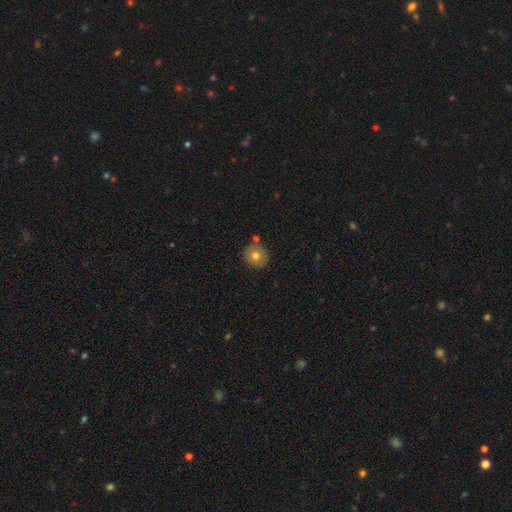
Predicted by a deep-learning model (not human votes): Overall: smooth (75%). How rounded: round (87%). Merging: none (78%).